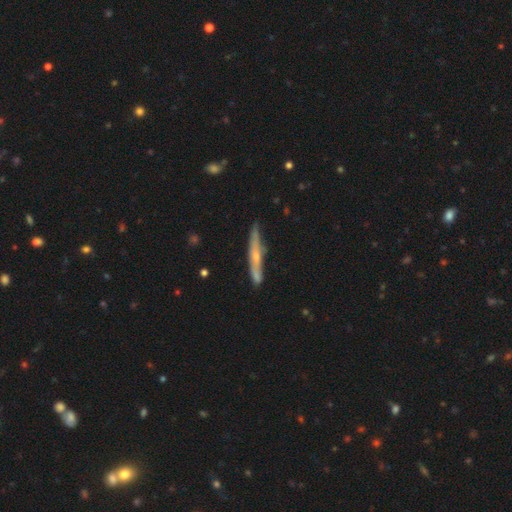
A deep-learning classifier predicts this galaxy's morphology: featured or disk 56%, smooth 38%, star or artifact 6%. Down the decision tree: edge-on disk — yes (90%); edge-on bulge — rounded (60%); merging — none (75%).